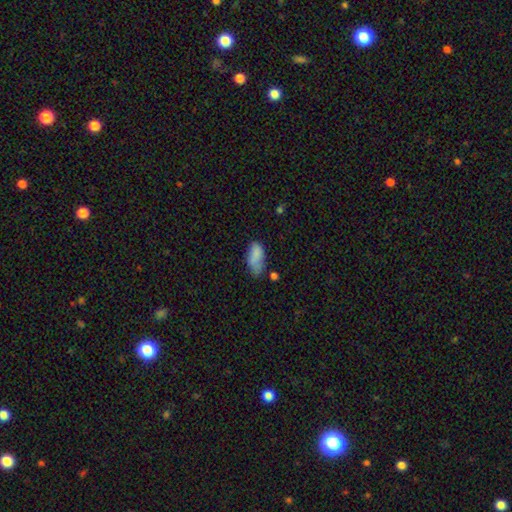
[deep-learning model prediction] A smooth galaxy with no disk features (81%) that is in between round and cigar-shaped (90%).

Vote fractions:
- Smooth or featured? smooth: 81% / featured or disk: 10% / star or artifact: 9%
- How rounded? in between: 90% / cigar-shaped: 7% / round: 3%
- Merging? none: 42% / minor disturbance: 35% / major disturbance: 16% / merger: 7%